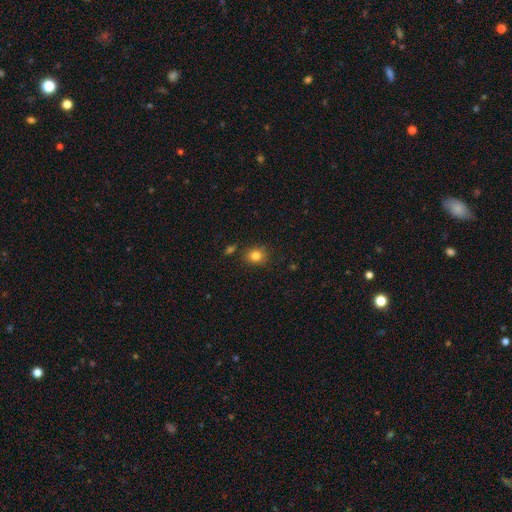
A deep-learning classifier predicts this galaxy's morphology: The model was most divided on "how rounded": round: 71%, in between: 28%, cigar-shaped: 1%. More confident: smooth or featured — smooth (83%); merging — none (80%).